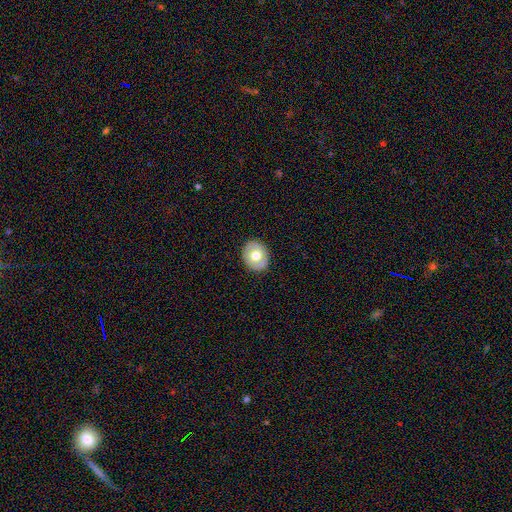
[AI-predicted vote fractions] Morphology: type=smooth (64%); roundness=round (59%); merging=none (87%).